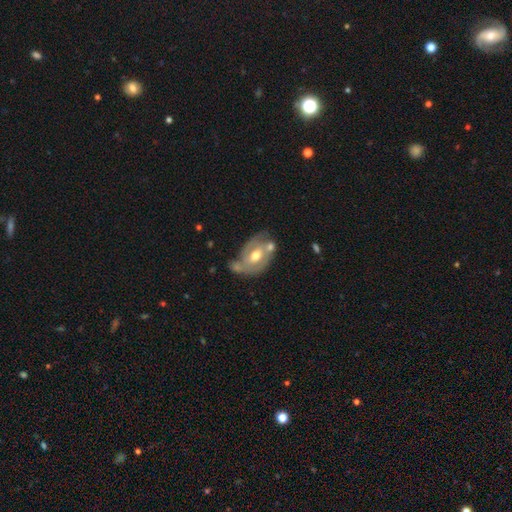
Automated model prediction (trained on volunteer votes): This appears to be a featured or disk galaxy (67%) with no bar (45%), spiral arms (66%) and a moderate central bulge (75%). Merging: none (45%).